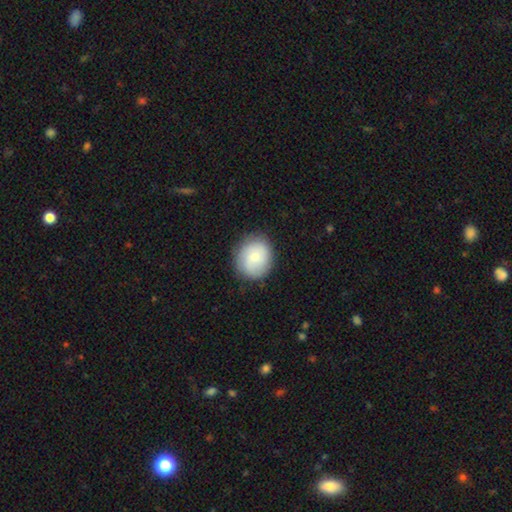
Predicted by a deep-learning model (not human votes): This is likely a smooth galaxy (77%). How rounded: likely round (77%). Merging: clearly none (82%).